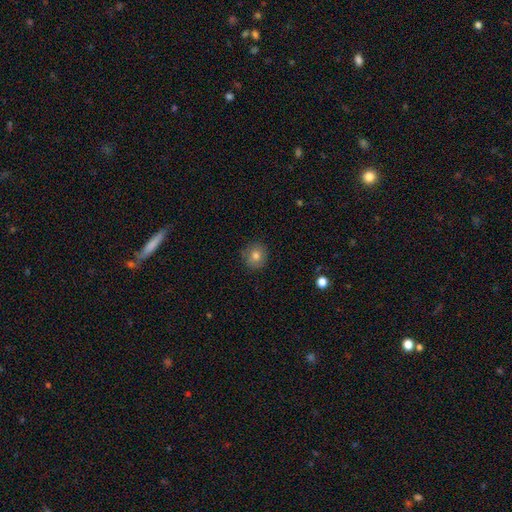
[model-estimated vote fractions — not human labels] smooth_or_featured: smooth (p=0.79) [alt: star or artifact p=0.11]
how_rounded: round (p=0.89) [alt: in between p=0.10]
merging: none (p=0.88) [alt: minor disturbance p=0.09]